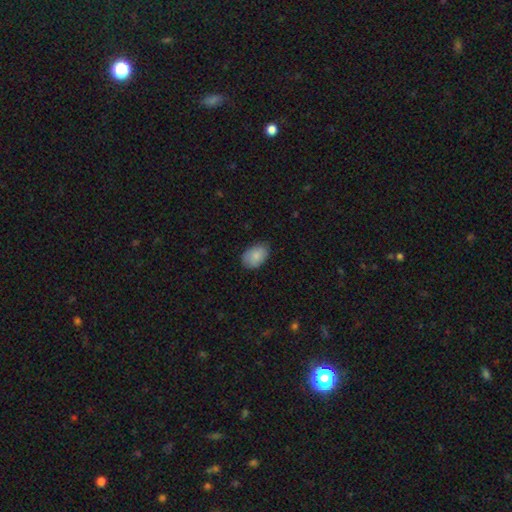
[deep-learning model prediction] smooth-or-featured: smooth: 85% | featured or disk: 8% | star or artifact: 7%
  how-rounded: in between: 86% | round: 13% | cigar-shaped: 1%
  merging: none: 79% | minor disturbance: 17% | major disturbance: 3% | merger: 1%